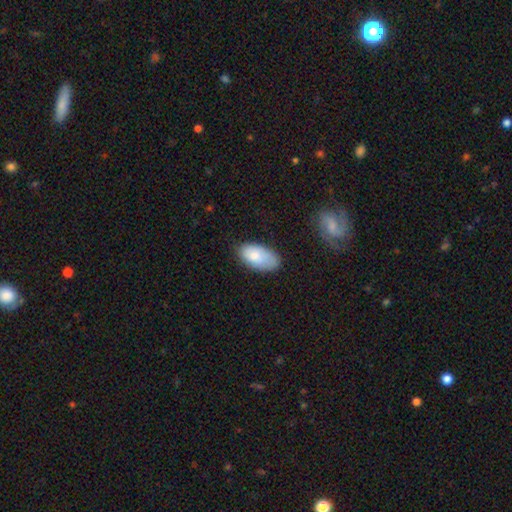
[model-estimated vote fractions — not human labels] smooth-or-featured: smooth: 78% | featured or disk: 15% | star or artifact: 7%
  how-rounded: in between: 95% | round: 3% | cigar-shaped: 2%
  merging: none: 70% | minor disturbance: 23% | major disturbance: 5% | merger: 2%